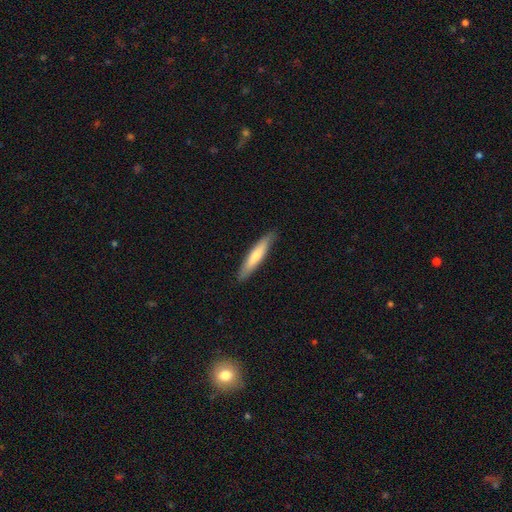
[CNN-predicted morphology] A smooth galaxy with no disk features (67%) that is cigar-shaped (88%). Merging: none (88%).